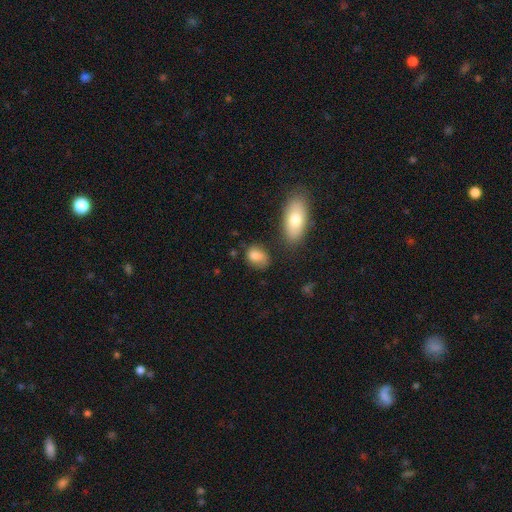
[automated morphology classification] This appears to be a smooth galaxy with no disk features (79%) that is in between round and cigar-shaped (71%). Merging: none (53%).